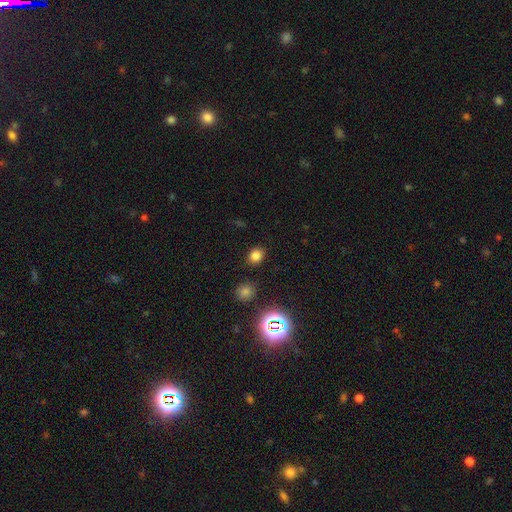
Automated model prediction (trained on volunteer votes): This appears to be a smooth galaxy with no disk features (78%) that is round (62%). Merging: none (87%).